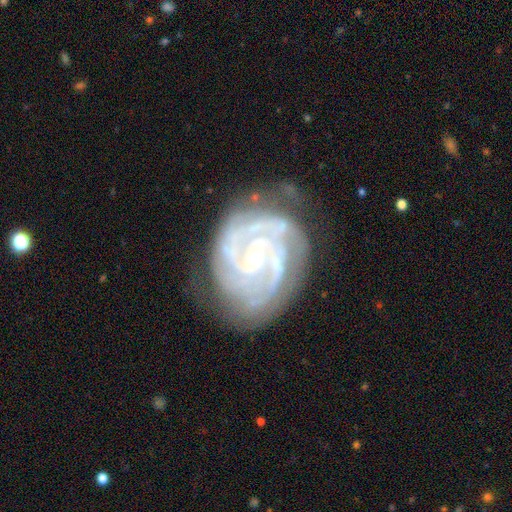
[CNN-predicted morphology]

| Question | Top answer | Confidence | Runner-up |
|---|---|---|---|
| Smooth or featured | featured or disk | 90% | star or artifact (5%) |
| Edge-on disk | no | 98% | yes (2%) |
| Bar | no | 58% | weak (31%) |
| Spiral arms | yes | 98% | no (2%) |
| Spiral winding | tight | 74% | medium (23%) |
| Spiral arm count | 3 | 27% | 4 (20%) |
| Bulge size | small | 72% | moderate (26%) |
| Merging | none | 70% | minor disturbance (20%) |